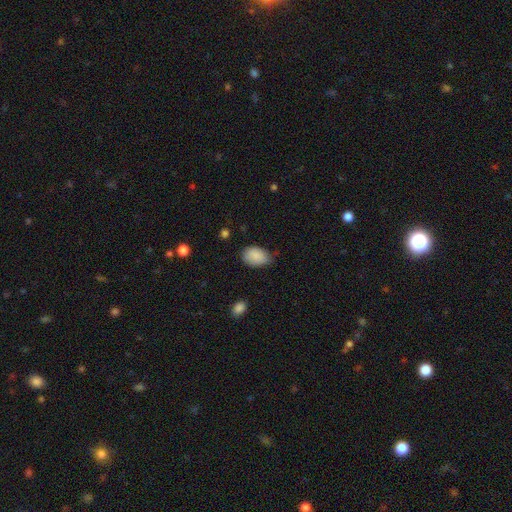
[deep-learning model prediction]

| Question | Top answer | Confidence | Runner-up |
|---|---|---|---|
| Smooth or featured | smooth | 88% | star or artifact (7%) |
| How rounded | in between | 87% | round (12%) |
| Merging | none | 64% | minor disturbance (29%) |